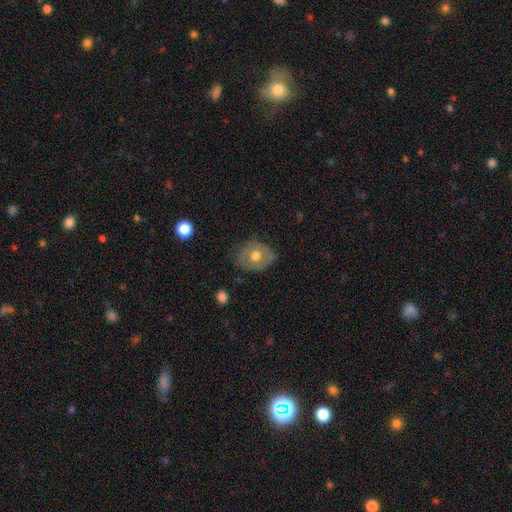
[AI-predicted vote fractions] smooth_or_featured: smooth (p=0.57) [alt: featured or disk p=0.35]
how_rounded: round (p=0.59) [alt: in between p=0.40]
merging: none (p=0.73) [alt: minor disturbance p=0.20]